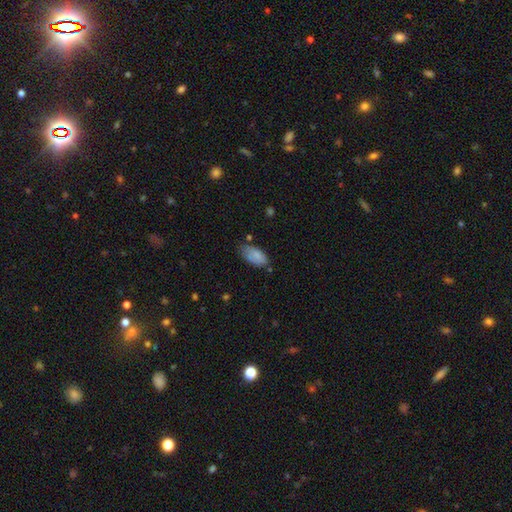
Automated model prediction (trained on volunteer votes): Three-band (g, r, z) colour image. It shows a smooth galaxy with no disk features (79%) that is in between round and cigar-shaped (92%). Merging: none (60%).